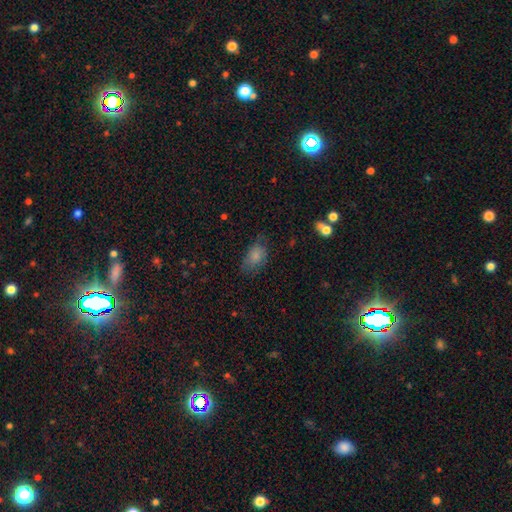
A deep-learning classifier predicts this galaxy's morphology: type=smooth (80%); roundness=in between (86%); merging=none (57%).